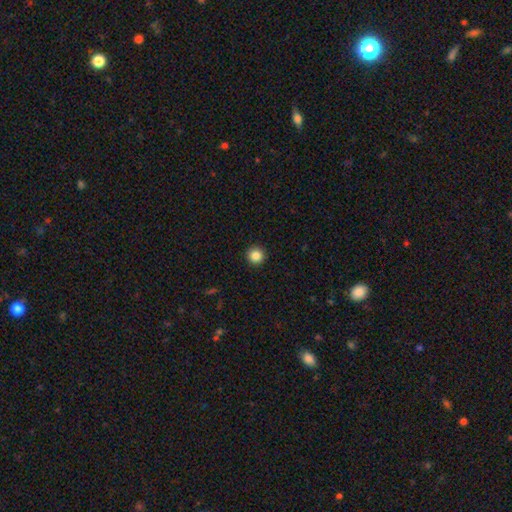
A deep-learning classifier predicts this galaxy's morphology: The model was most divided on "smooth or featured": smooth: 86%, star or artifact: 10%, featured or disk: 4%. More confident: how rounded — round (96%); merging — none (93%).